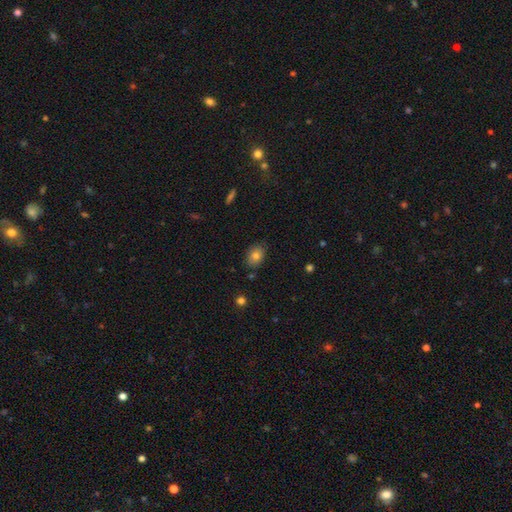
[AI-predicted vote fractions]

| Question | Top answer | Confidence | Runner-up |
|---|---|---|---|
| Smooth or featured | smooth | 81% | star or artifact (10%) |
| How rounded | in between | 74% | round (25%) |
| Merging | none | 81% | minor disturbance (14%) |